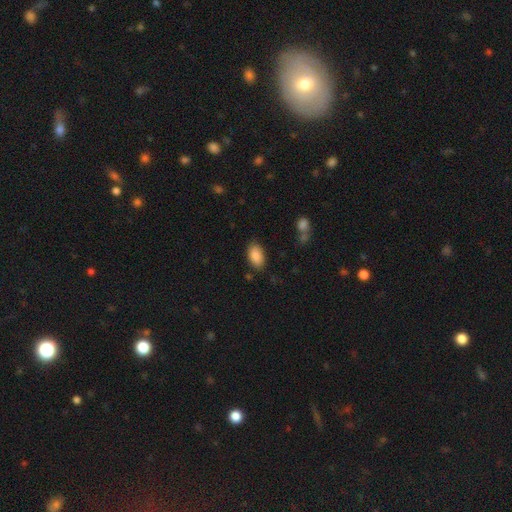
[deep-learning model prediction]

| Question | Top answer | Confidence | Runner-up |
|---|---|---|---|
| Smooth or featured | smooth | 88% | star or artifact (7%) |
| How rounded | in between | 93% | round (5%) |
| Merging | none | 82% | minor disturbance (13%) |